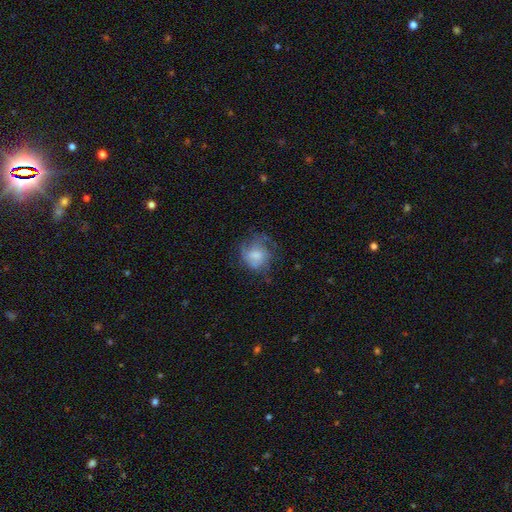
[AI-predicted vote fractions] Smooth or featured?
  - smooth: 50% *
  - featured or disk: 41%
  - star or artifact: 10%
Merging?
  - none: 47% *
  - major disturbance: 26%
  - minor disturbance: 26%
  - merger: 2%